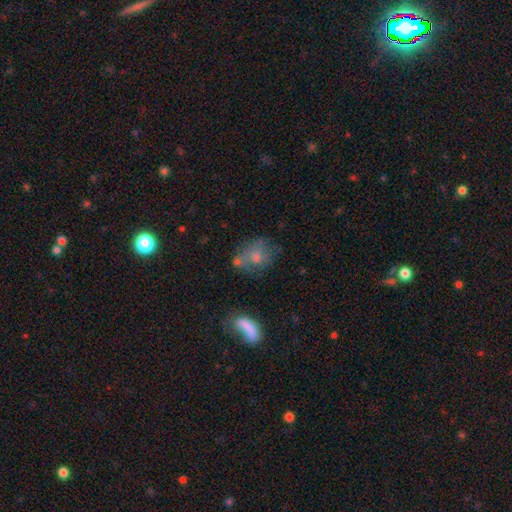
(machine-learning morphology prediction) Smooth or featured: smooth — 58% (featured or disk — 30%)
How rounded: in between — 61% (round — 37%)
Merging: none — 39% (minor disturbance — 23%)